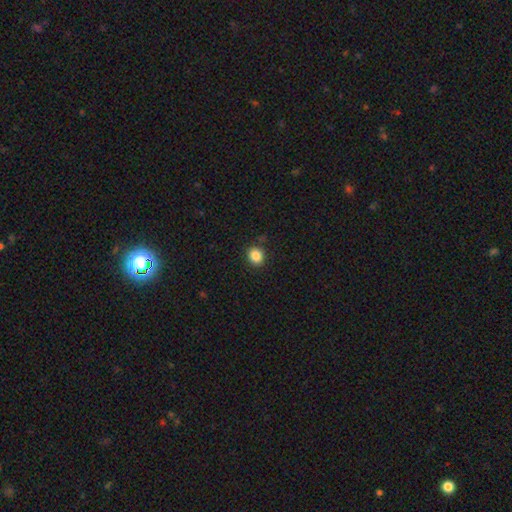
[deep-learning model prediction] Smooth or featured? smooth (85%)
How rounded? round (69%)
Merging? none (87%)